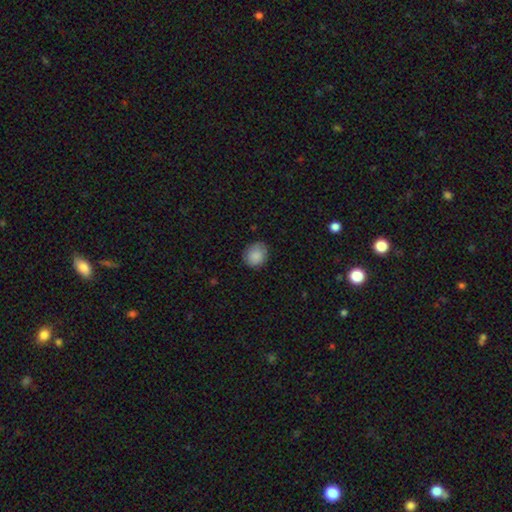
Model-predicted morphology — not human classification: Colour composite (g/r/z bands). It shows a smooth galaxy with no disk features (88%) that is round (72%). Merging: none (80%).